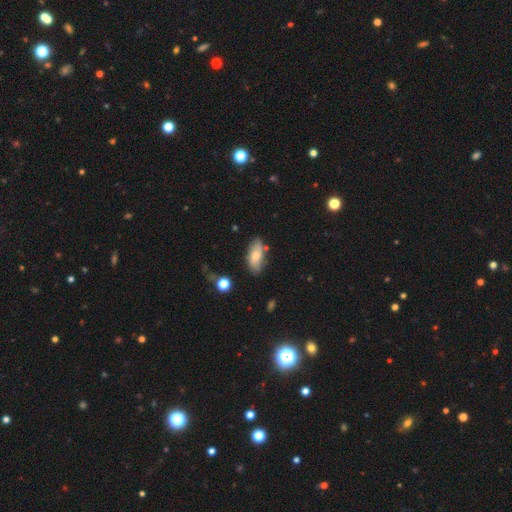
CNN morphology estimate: Q: Smooth or featured?
A: smooth (69%); runner-up: featured or disk (24%)
Q: How rounded?
A: in between (86%); runner-up: cigar-shaped (11%)
Q: Merging?
A: none (70%); runner-up: minor disturbance (21%)